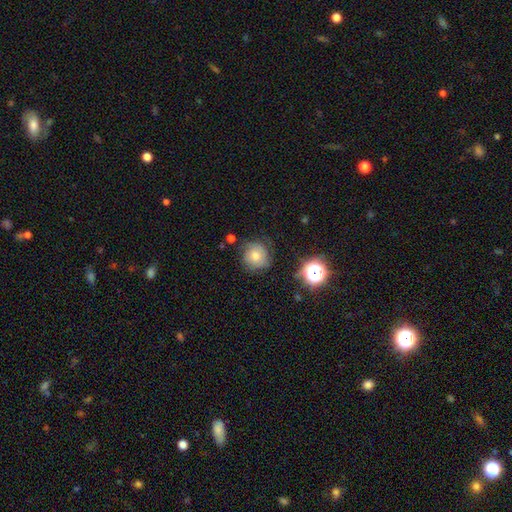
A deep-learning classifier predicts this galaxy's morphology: This appears to be a smooth galaxy with no disk features (61%) that is round (90%). Merging: none (69%).